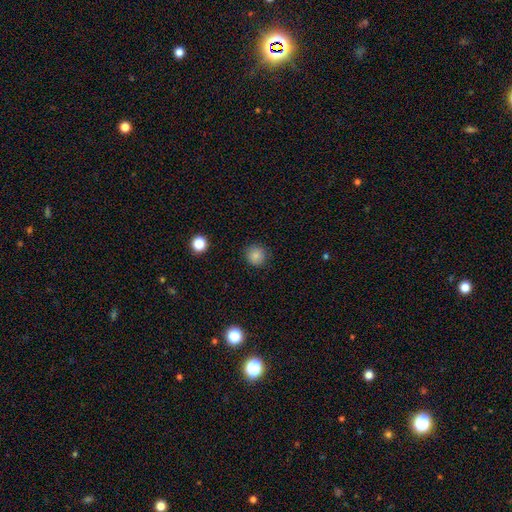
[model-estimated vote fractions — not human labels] Smooth or featured?
  - smooth: 84% *
  - star or artifact: 11%
  - featured or disk: 5%
How rounded?
  - round: 93% *
  - in between: 6%
  - cigar-shaped: 1%
Merging?
  - none: 88% *
  - minor disturbance: 8%
  - major disturbance: 2%
  - merger: 1%